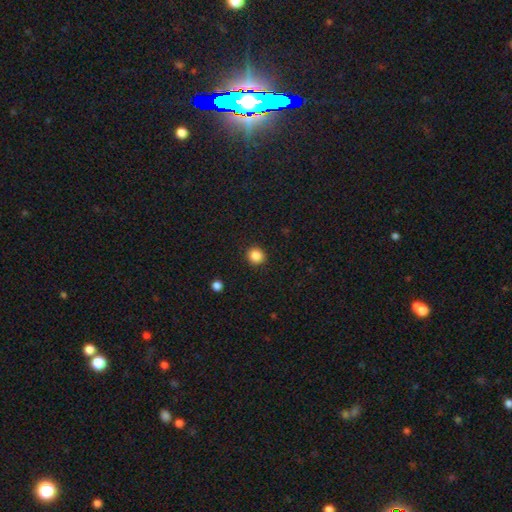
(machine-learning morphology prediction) smooth 86%, star or artifact 11%, featured or disk 4%. Down the decision tree: how rounded — round (90%); merging — none (92%).